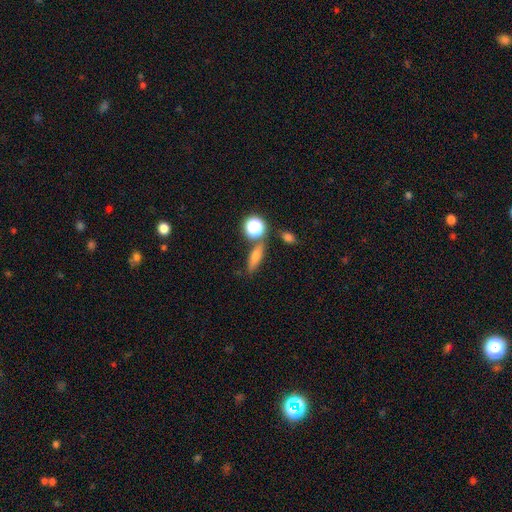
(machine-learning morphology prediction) smooth-or-featured: smooth: 57% | featured or disk: 27% | star or artifact: 16%
  how-rounded: cigar-shaped: 50% | in between: 36% | round: 14%
  merging: none: 74% | minor disturbance: 12% | merger: 10% | major disturbance: 4%